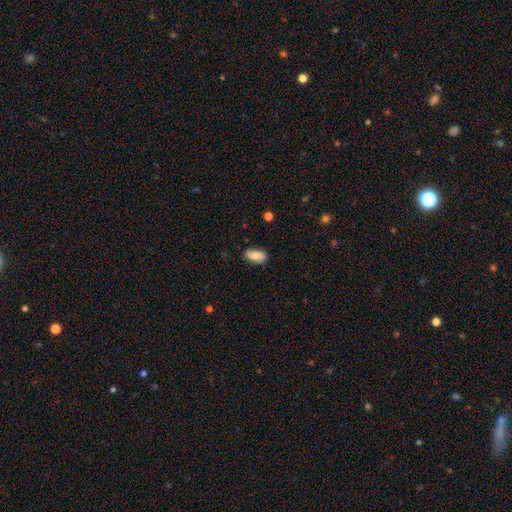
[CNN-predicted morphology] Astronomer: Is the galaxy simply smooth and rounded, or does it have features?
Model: smooth — 69%.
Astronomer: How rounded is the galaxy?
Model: in between — 90%.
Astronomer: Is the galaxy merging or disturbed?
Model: none — 79%.